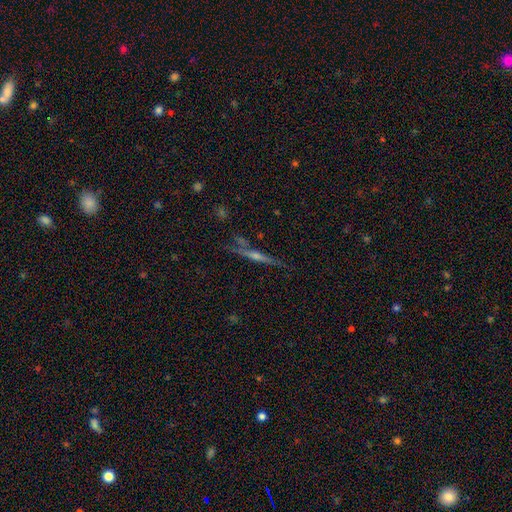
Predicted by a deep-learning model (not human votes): Smooth or featured? Predicted: featured or disk (p=0.69). Edge-on disk? Predicted: yes (p=0.96). Edge-on bulge? Predicted: rounded (p=0.70). Merging? Predicted: none (p=0.78).